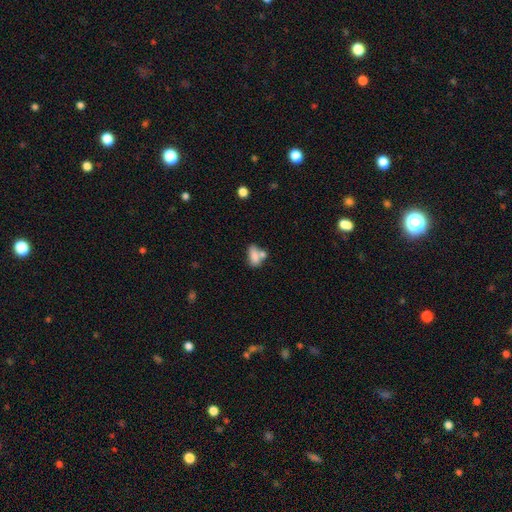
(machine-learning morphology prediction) smooth-or-featured: smooth: 76% | featured or disk: 15% | star or artifact: 9%
  how-rounded: in between: 85% | round: 8% | cigar-shaped: 7%
  merging: merger: 44% | none: 35% | minor disturbance: 14% | major disturbance: 7%